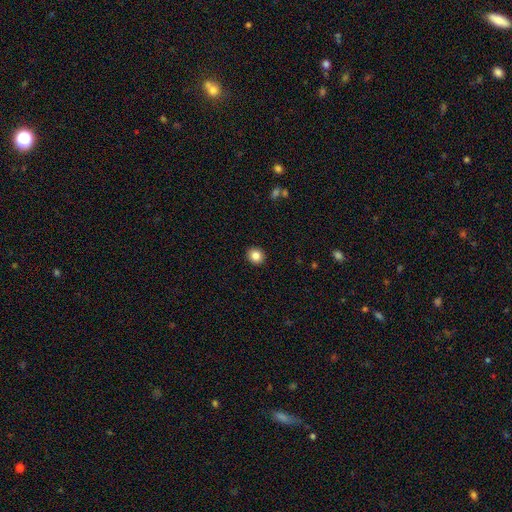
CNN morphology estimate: Q: Smooth or featured?
A: smooth (85%); runner-up: star or artifact (10%)
Q: How rounded?
A: round (85%); runner-up: in between (14%)
Q: Merging?
A: none (93%); runner-up: minor disturbance (5%)